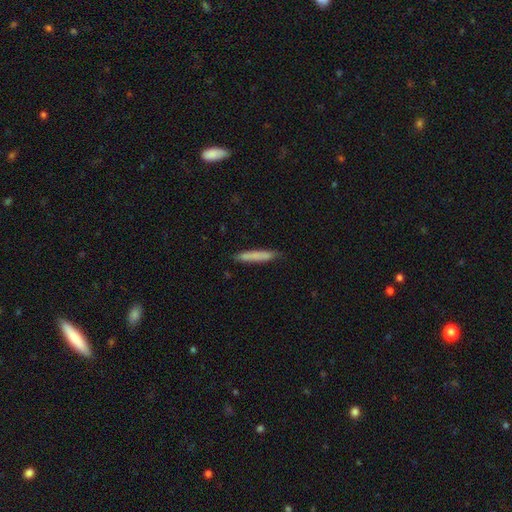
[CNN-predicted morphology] A smooth galaxy with no disk features (78%) that is cigar-shaped (93%). Merging: none (84%).